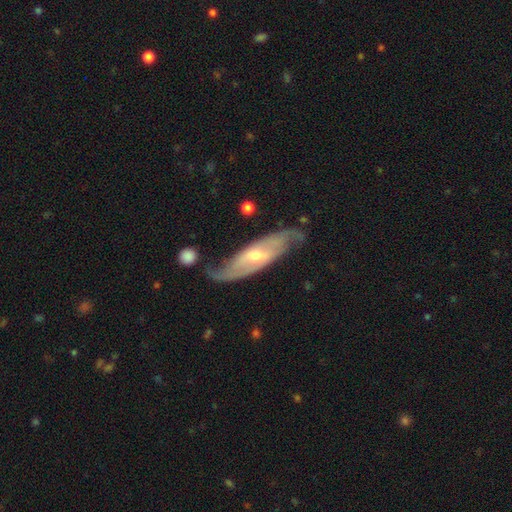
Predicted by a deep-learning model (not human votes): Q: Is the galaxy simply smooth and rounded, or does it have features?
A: featured or disk — 80%.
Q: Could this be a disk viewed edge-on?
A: no — 79%.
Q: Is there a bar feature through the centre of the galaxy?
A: weak — 46%.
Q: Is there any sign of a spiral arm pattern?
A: yes — 91%.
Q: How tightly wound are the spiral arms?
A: medium — 42%.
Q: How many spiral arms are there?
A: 2 — 78%.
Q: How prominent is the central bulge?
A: moderate — 54%.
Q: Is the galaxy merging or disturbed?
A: none — 69%.